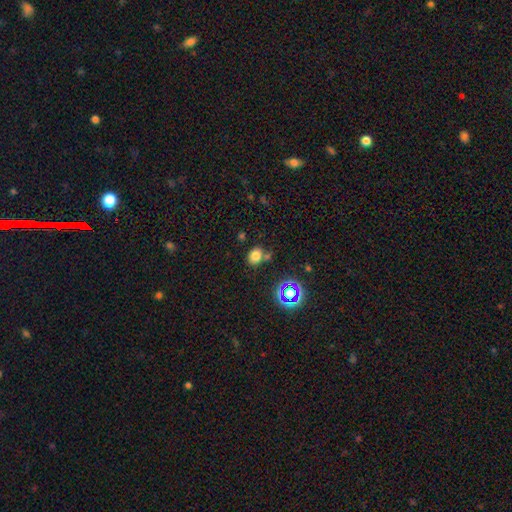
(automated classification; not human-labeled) smooth-or-featured: smooth: 74% | star or artifact: 18% | featured or disk: 8%
  how-rounded: in between: 52% | round: 47% | cigar-shaped: 1%
  merging: none: 68% | merger: 14% | minor disturbance: 13% | major disturbance: 4%